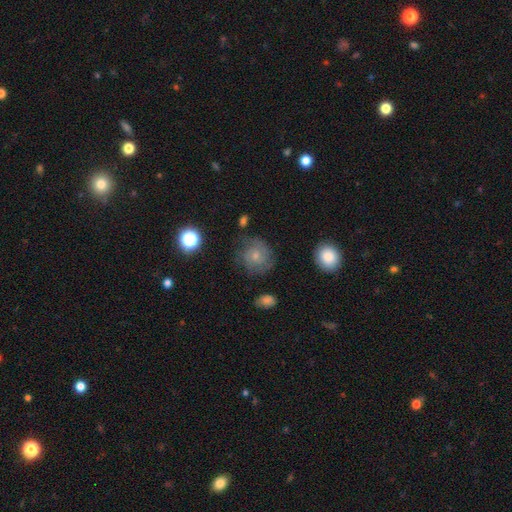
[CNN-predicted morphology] A smooth galaxy with no disk features (49%). Merging: none (64%).